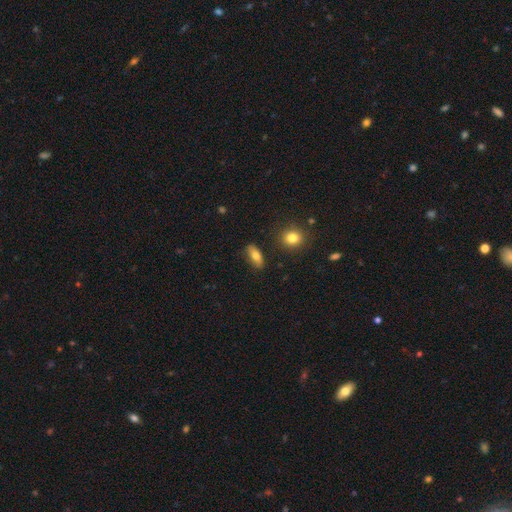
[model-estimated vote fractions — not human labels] Smooth or featured? Predicted: smooth (p=0.75). How rounded? Predicted: in between (p=0.80). Merging? Predicted: none (p=0.82).